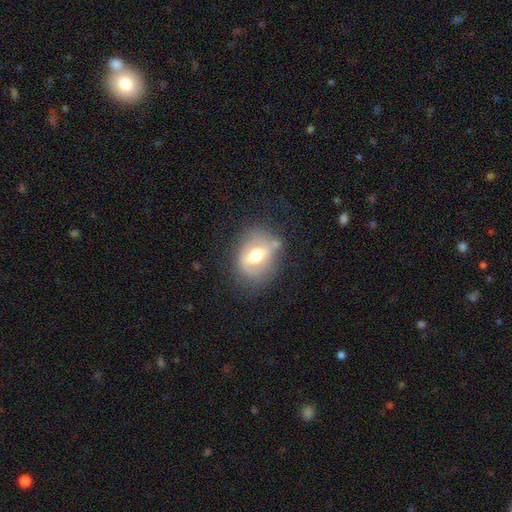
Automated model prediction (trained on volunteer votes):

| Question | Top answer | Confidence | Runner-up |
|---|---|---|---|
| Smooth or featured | featured or disk | 53% | smooth (39%) |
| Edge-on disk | no | 92% | yes (8%) |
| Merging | none | 62% | minor disturbance (22%) |